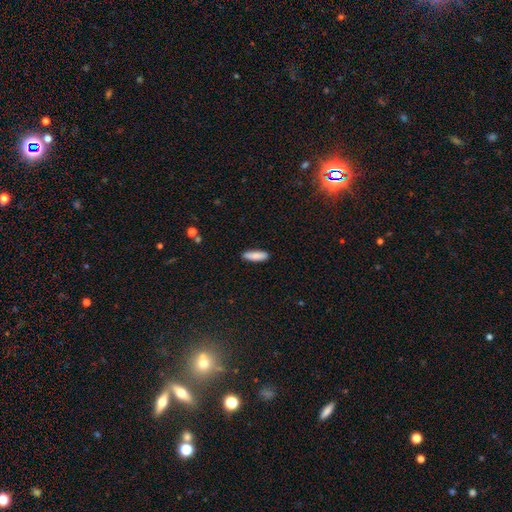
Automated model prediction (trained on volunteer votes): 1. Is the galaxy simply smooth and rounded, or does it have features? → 87% smooth, 7% featured or disk, 6% star or artifact.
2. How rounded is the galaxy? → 62% cigar-shaped, 37% in between, 2% round.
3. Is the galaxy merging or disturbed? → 88% none, 9% minor disturbance, 2% major disturbance, 1% merger.